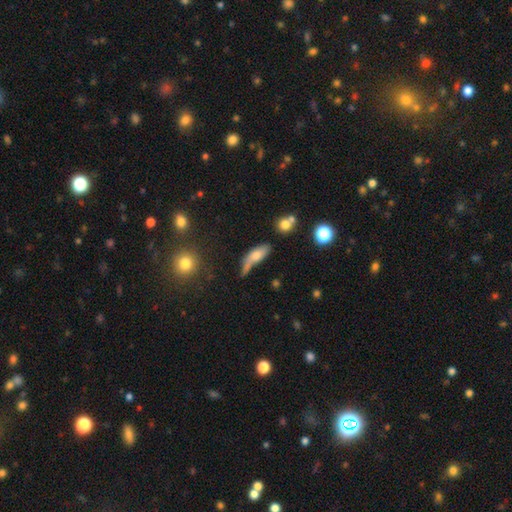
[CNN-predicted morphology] Smooth or featured: smooth — 66% (featured or disk — 25%)
How rounded: in between — 61% (cigar-shaped — 35%)
Merging: none — 31% (minor disturbance — 28%)